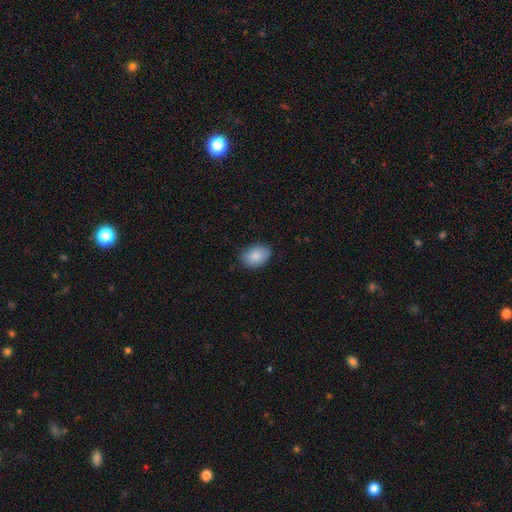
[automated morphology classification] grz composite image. It shows a smooth galaxy with no disk features (88%) that is in between round and cigar-shaped (82%). Merging: none (79%).